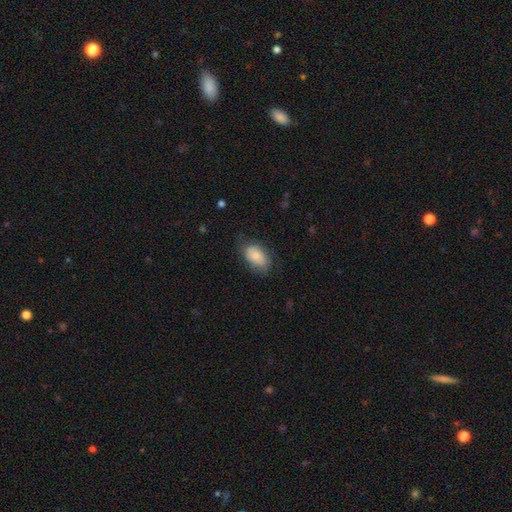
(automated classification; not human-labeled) smooth_or_featured: smooth (p=0.77) [alt: featured or disk p=0.16]
how_rounded: in between (p=0.89) [alt: round p=0.09]
merging: none (p=0.64) [alt: minor disturbance p=0.25]